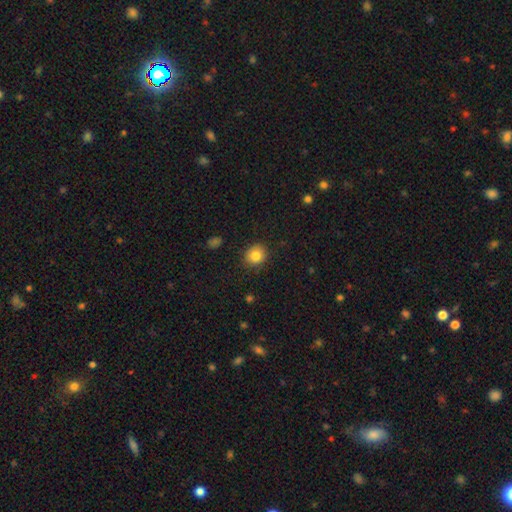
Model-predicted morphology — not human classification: Smooth or featured? Predicted: smooth (p=0.83). How rounded? Predicted: round (p=0.80). Merging? Predicted: none (p=0.89).